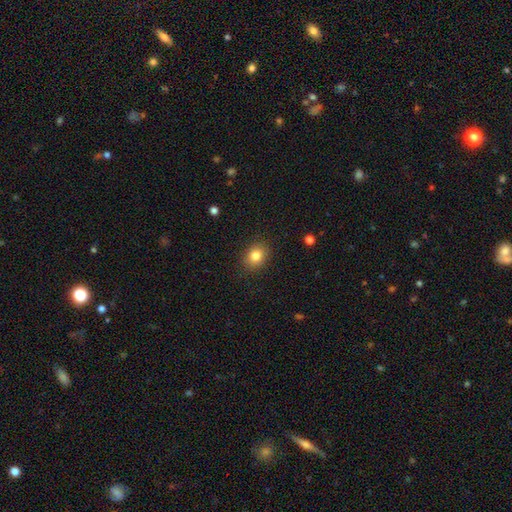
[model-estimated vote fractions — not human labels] Smooth or featured? smooth (82%)
How rounded? round (54%)
Merging? none (88%)